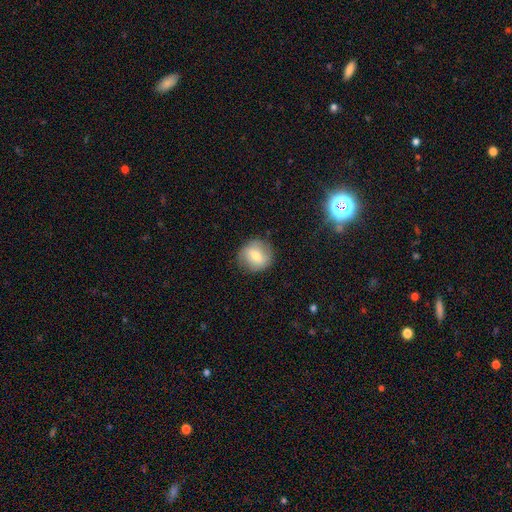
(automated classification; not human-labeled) Overall: smooth (61%; featured or disk 31%). How rounded: round (87%). Merging: none (83%).